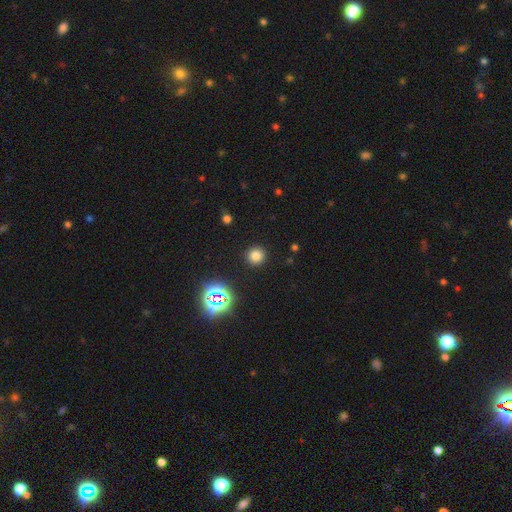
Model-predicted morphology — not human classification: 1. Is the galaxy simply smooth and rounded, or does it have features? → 75% smooth, 20% star or artifact, 6% featured or disk.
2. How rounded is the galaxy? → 93% round, 6% in between, 1% cigar-shaped.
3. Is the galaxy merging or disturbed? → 91% none, 5% minor disturbance, 2% major disturbance, 1% merger.